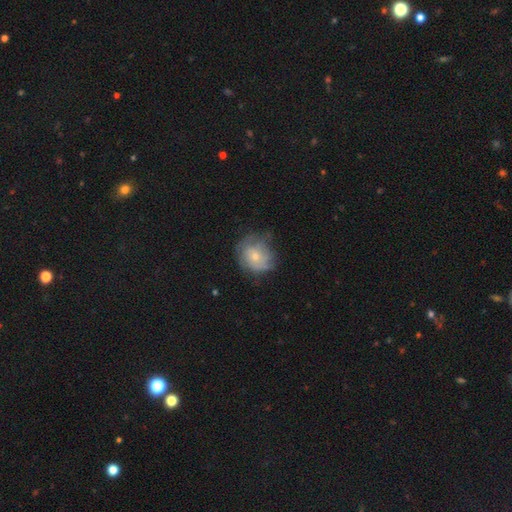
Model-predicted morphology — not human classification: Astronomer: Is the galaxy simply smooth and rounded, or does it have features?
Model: smooth — 45% (runner-up: featured or disk, 44%).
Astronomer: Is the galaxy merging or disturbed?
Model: none — 62%.